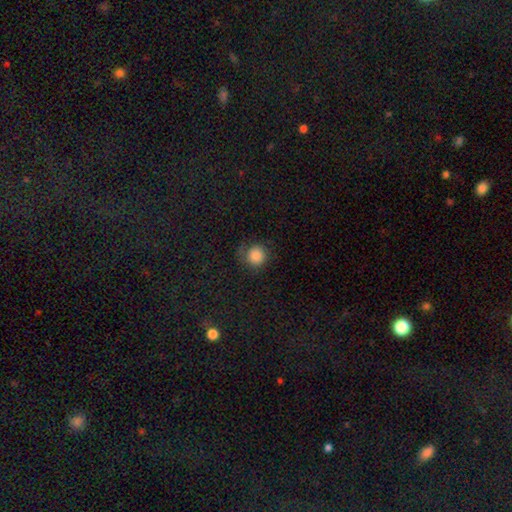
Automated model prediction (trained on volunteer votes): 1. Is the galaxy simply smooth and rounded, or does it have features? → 83% smooth, 10% star or artifact, 6% featured or disk.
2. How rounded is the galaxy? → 91% round, 8% in between, 1% cigar-shaped.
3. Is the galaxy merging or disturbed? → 71% none, 19% minor disturbance, 9% major disturbance, 2% merger.